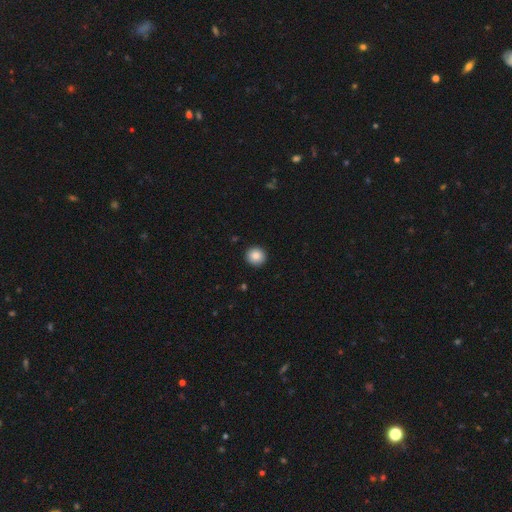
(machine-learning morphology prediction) Smooth or featured?
  - smooth: 87% *
  - star or artifact: 8%
  - featured or disk: 5%
How rounded?
  - round: 93% *
  - in between: 6%
  - cigar-shaped: 1%
Merging?
  - none: 93% *
  - minor disturbance: 5%
  - major disturbance: 1%
  - merger: 1%